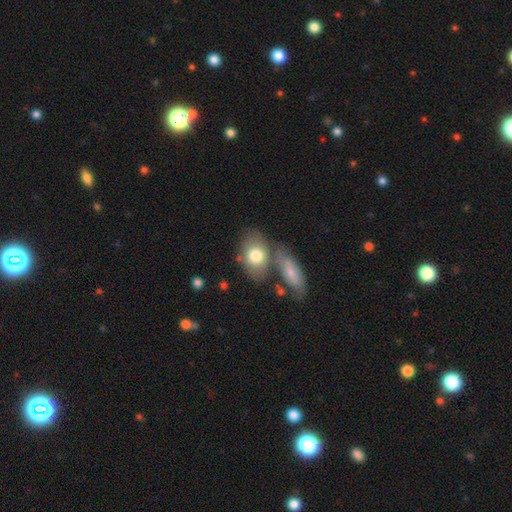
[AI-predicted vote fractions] Smooth or featured? smooth (73%)
How rounded? in between (80%)
Merging? none (44%)